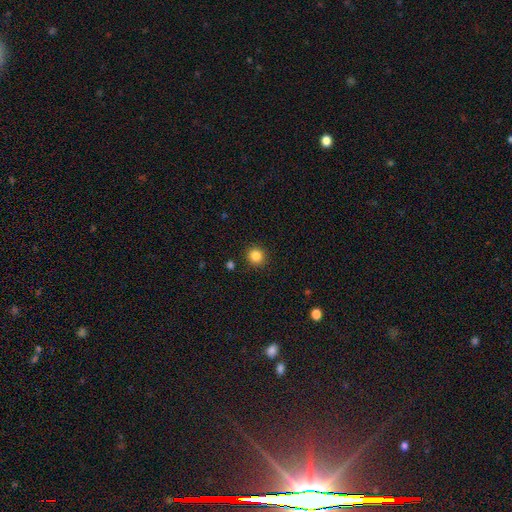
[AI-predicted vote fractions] smooth 85%, star or artifact 11%, featured or disk 4%. Down the decision tree: how rounded — round (94%); merging — none (91%).